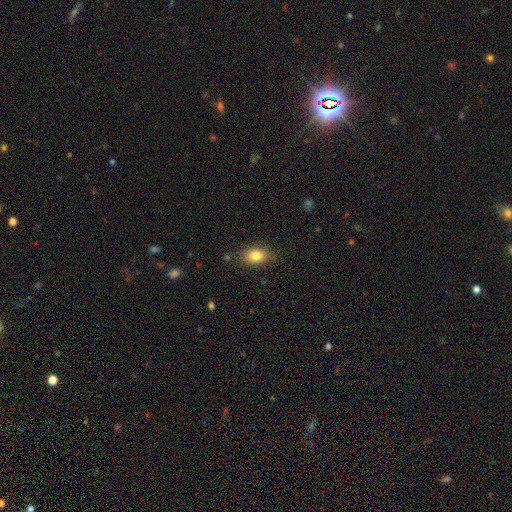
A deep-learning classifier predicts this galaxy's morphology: Smooth or featured? smooth (82%)
How rounded? in between (85%)
Merging? none (83%)